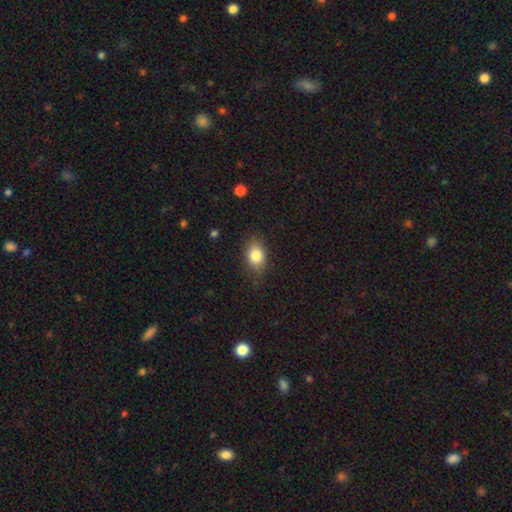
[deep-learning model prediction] Smooth or featured: smooth — 82% (featured or disk — 9%)
How rounded: in between — 75% (round — 23%)
Merging: none — 77% (minor disturbance — 18%)